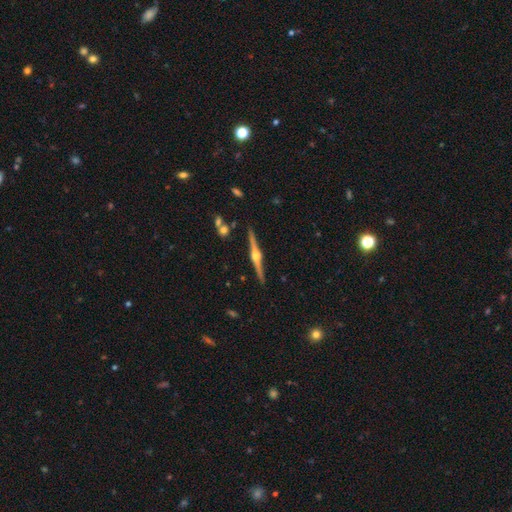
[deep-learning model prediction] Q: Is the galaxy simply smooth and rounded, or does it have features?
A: featured or disk — 87%.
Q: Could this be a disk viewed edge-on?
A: yes — 99%.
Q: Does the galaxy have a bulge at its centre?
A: rounded — 95%.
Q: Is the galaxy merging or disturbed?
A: none — 91%.